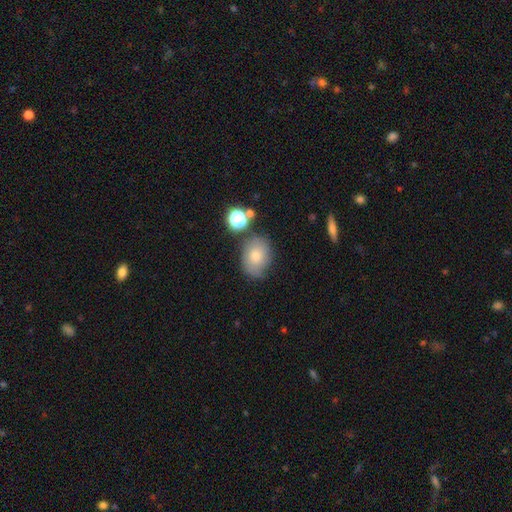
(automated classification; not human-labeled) A smooth galaxy with no disk features (74%) that is in between round and cigar-shaped (61%).

Vote fractions:
- Smooth or featured? smooth: 74% / featured or disk: 15% / star or artifact: 11%
- How rounded? in between: 61% / round: 38% / cigar-shaped: 1%
- Merging? none: 66% / minor disturbance: 20% / merger: 8% / major disturbance: 6%